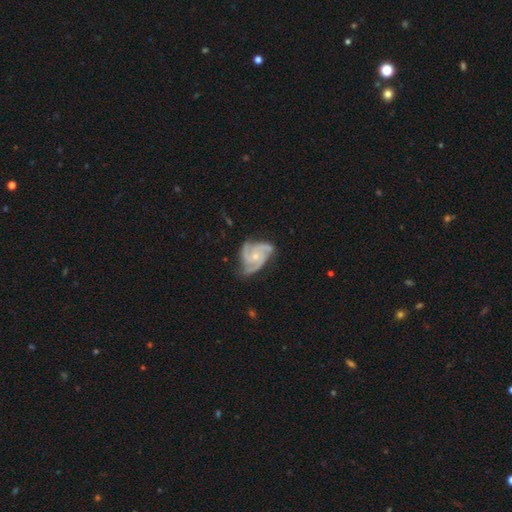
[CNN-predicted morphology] smooth-or-featured: featured or disk: 90% | smooth: 5% | star or artifact: 5%
  disk-edge-on: no: 98% | yes: 2%
    bar: no: 77% | weak: 18% | strong: 5%
    has-spiral-arms: yes: 98% | no: 2%
      spiral-winding: medium: 48% | tight: 44% | loose: 8%
      spiral-arm-count: 3: 75% | 4: 15% | 2: 4% | can't tell: 3% | more than 4: 2% | 1: 2%
    bulge-size: small: 65% | moderate: 31% | none: 2% | large: 1% | dominant: 1%
  merging: none: 67% | minor disturbance: 23% | major disturbance: 8% | merger: 2%